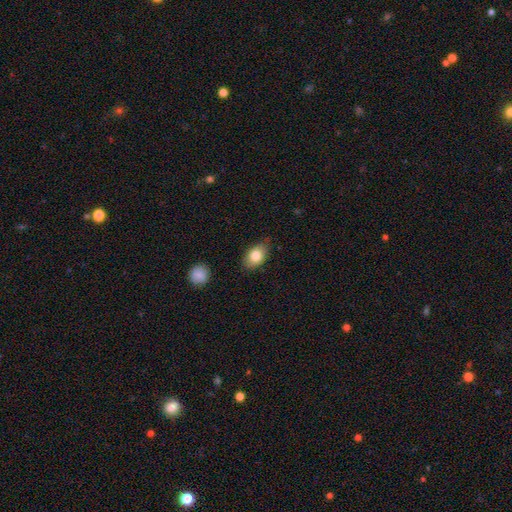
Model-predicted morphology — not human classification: This is clearly a smooth galaxy (82%). How rounded: clearly in between (84%). Merging: likely none (79%).